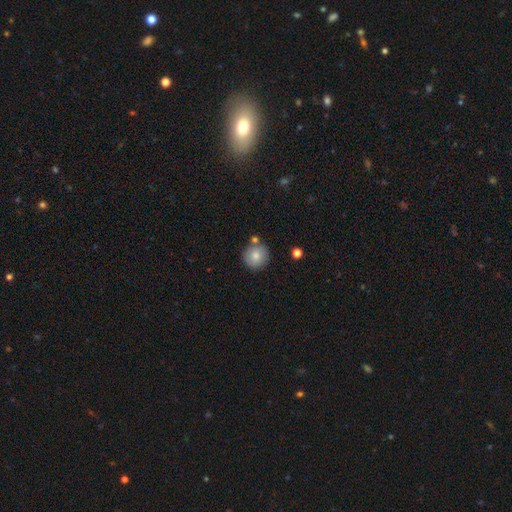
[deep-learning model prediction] smooth-or-featured: smooth: 82% | featured or disk: 9% | star or artifact: 8%
  how-rounded: round: 93% | in between: 6% | cigar-shaped: 1%
  merging: none: 78% | minor disturbance: 10% | merger: 9% | major disturbance: 2%